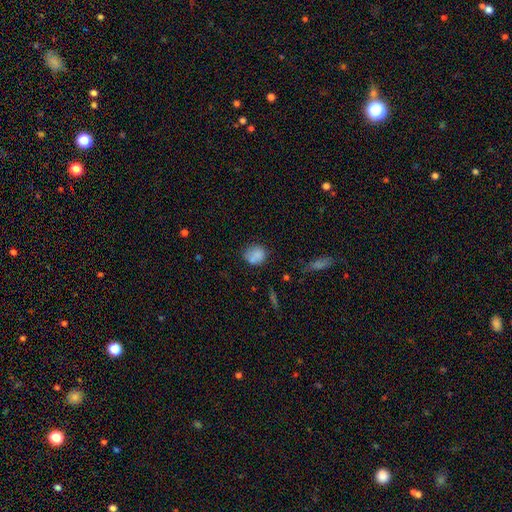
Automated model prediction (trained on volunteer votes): A smooth galaxy with no disk features (80%) that is round (71%).

Vote fractions:
- Smooth or featured? smooth: 80% / featured or disk: 10% / star or artifact: 10%
- How rounded? round: 71% / in between: 28% / cigar-shaped: 1%
- Merging? none: 60% / minor disturbance: 21% / merger: 12% / major disturbance: 7%